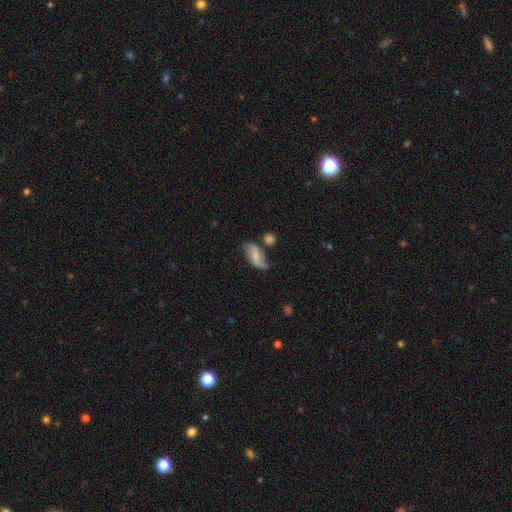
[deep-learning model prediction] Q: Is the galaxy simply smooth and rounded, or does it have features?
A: featured or disk — 55%.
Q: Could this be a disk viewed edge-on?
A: no — 93%.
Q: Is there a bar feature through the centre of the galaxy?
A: weak — 42%.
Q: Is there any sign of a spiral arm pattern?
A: yes — 85%.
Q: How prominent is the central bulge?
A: small — 49%.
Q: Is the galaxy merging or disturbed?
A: none — 61%.